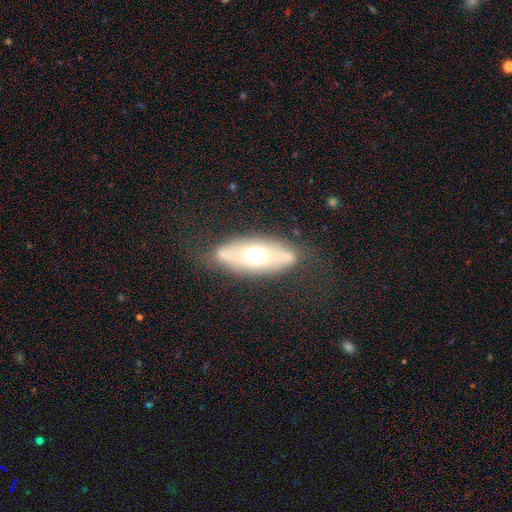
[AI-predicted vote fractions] Morphology: type=featured or disk (49%); merging=none (67%).